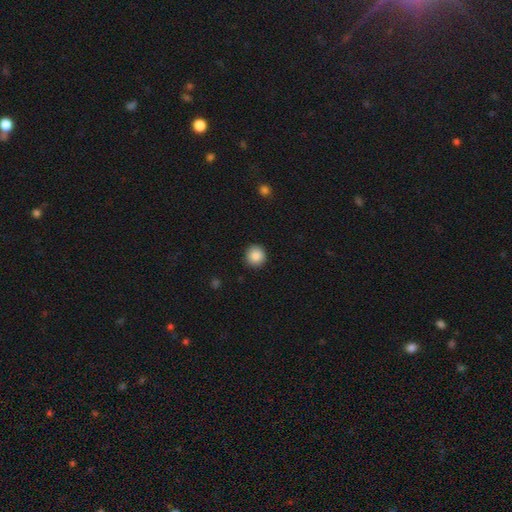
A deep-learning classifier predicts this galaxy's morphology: Smooth or featured? Predicted: smooth (p=0.88). How rounded? Predicted: round (p=0.93). Merging? Predicted: none (p=0.92).